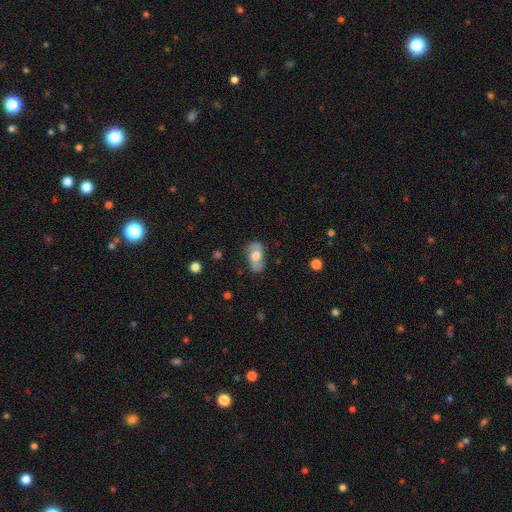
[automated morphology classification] Smooth or featured? Predicted: featured or disk (p=0.67). Edge-on disk? Predicted: no (p=0.94). Bar? Predicted: no (p=0.59). Spiral arms? Predicted: yes (p=0.89). Spiral winding? Predicted: medium (p=0.43). Spiral arm count? Predicted: 2 (p=0.89). Bulge size? Predicted: moderate (p=0.45). Merging? Predicted: none (p=0.75).